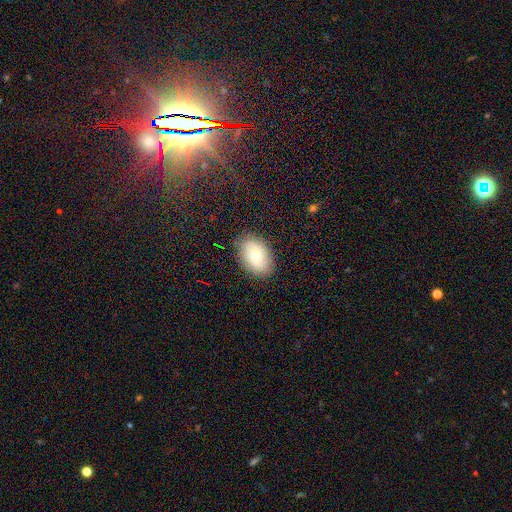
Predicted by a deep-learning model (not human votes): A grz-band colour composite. It shows a smooth galaxy with no disk features (70%) that is in between round and cigar-shaped (89%). Merging: none (84%).